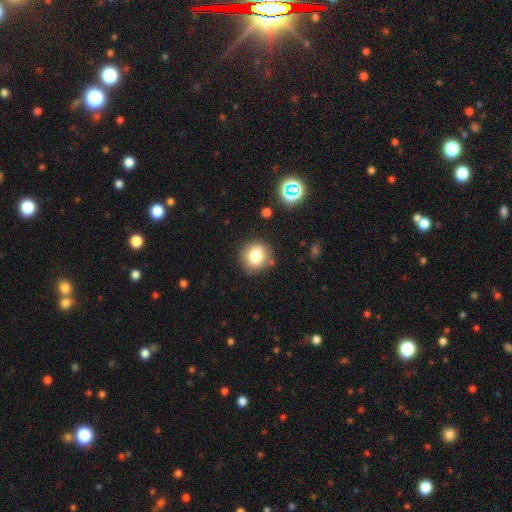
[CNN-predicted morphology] smooth 77%, star or artifact 12%, featured or disk 11%. Down the decision tree: how rounded — round (85%); merging — none (83%).